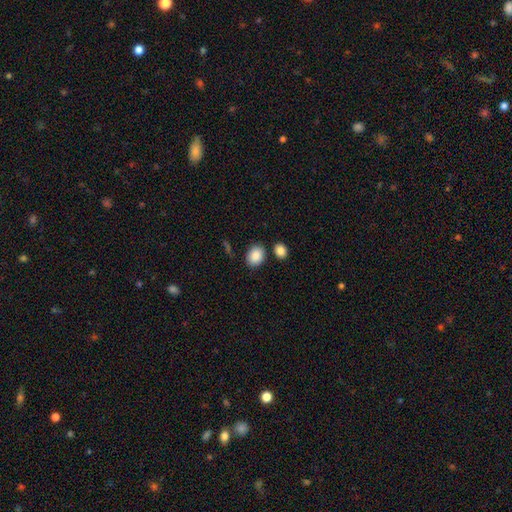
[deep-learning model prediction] Smooth or featured: smooth — 88% (star or artifact — 7%)
How rounded: in between — 65% (round — 34%)
Merging: none — 79% (minor disturbance — 10%)